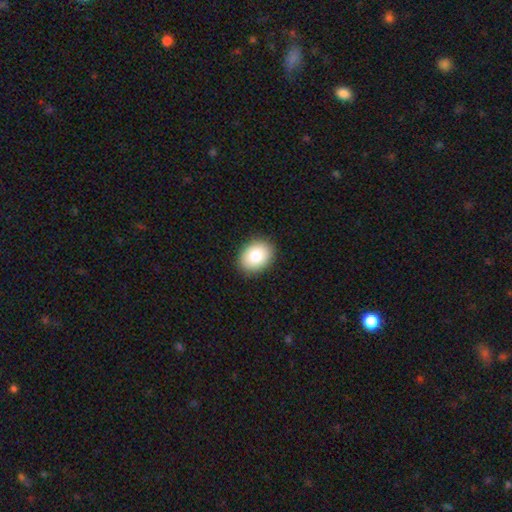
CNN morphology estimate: smooth 85%, featured or disk 8%, star or artifact 7%. Down the decision tree: how rounded — in between (67%); merging — none (90%).